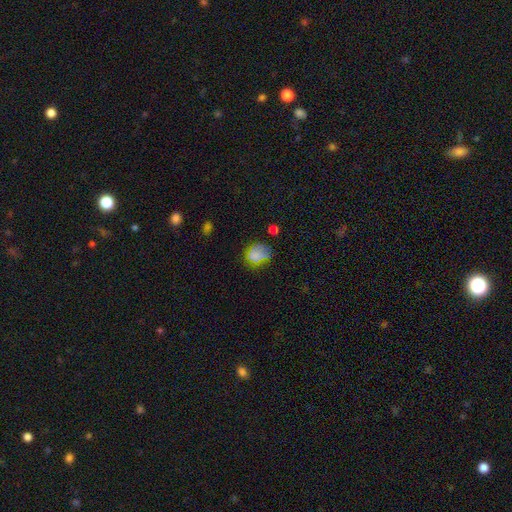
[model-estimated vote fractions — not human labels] Smooth or featured? Predicted: smooth (p=0.67). How rounded? Predicted: round (p=0.63). Merging? Predicted: none (p=0.54).